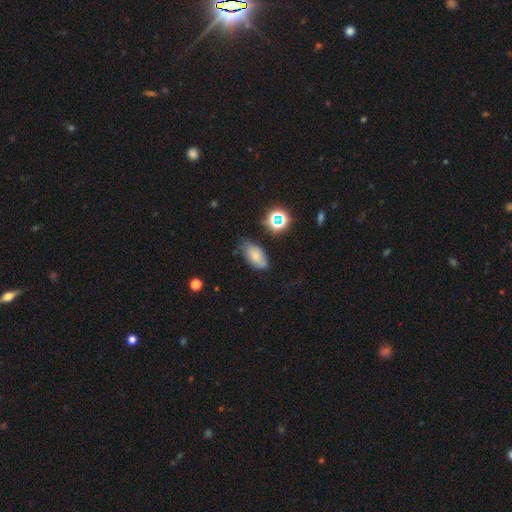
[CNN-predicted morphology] This is likely a smooth galaxy (73%). How rounded: clearly in between (90%). Merging: likely none (63%).